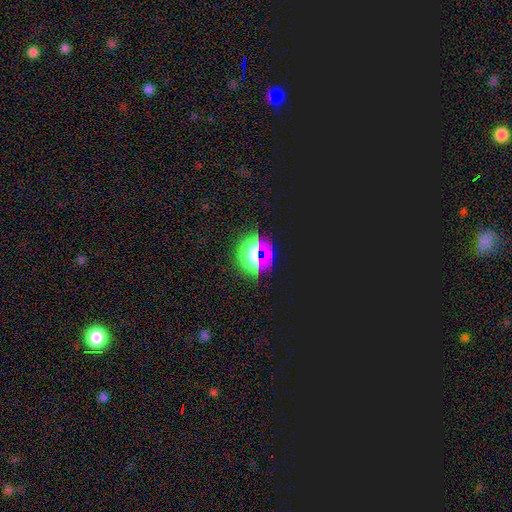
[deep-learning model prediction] Overall: star or artifact (66%).